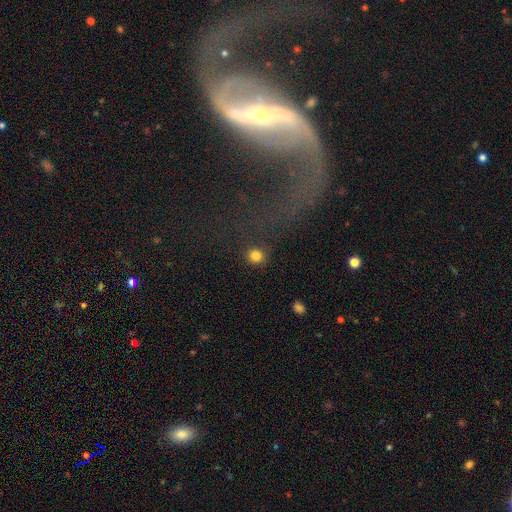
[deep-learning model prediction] smooth_or_featured: smooth (p=0.82) [alt: star or artifact p=0.13]
how_rounded: round (p=0.91) [alt: in between p=0.08]
merging: none (p=0.88) [alt: minor disturbance p=0.07]